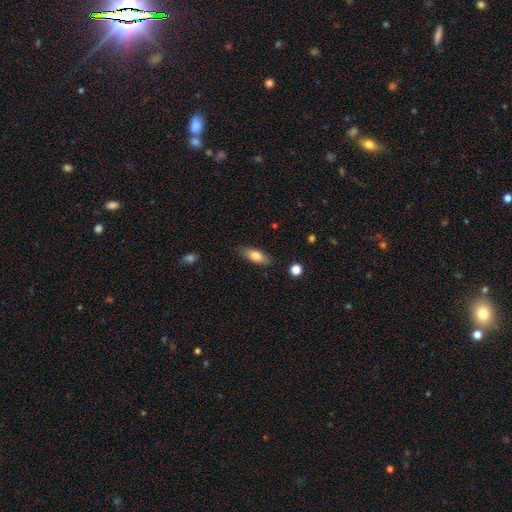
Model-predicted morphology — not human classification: smooth 77%, featured or disk 16%, star or artifact 7%. Down the decision tree: how rounded — in between (74%); merging — none (83%).